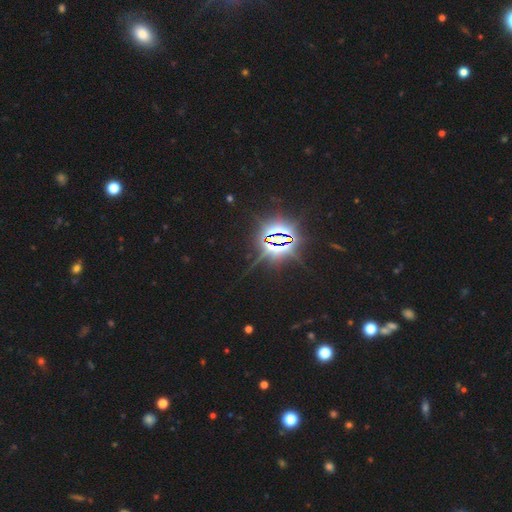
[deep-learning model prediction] This appears to be a star or artifact, not a galaxy (83%).